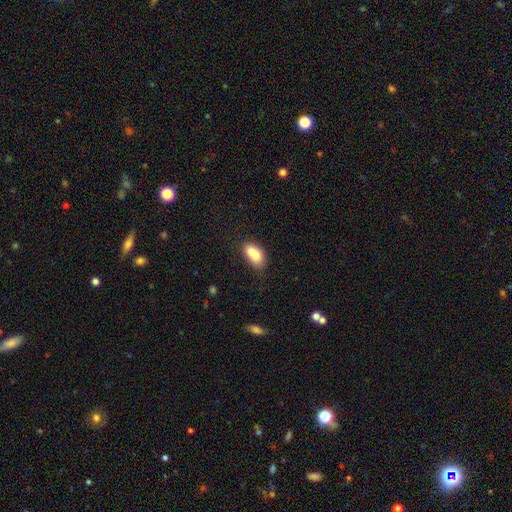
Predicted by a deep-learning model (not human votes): Smooth or featured: smooth — 69% (featured or disk — 23%)
How rounded: in between — 78% (round — 20%)
Merging: merger — 61% (none — 26%)